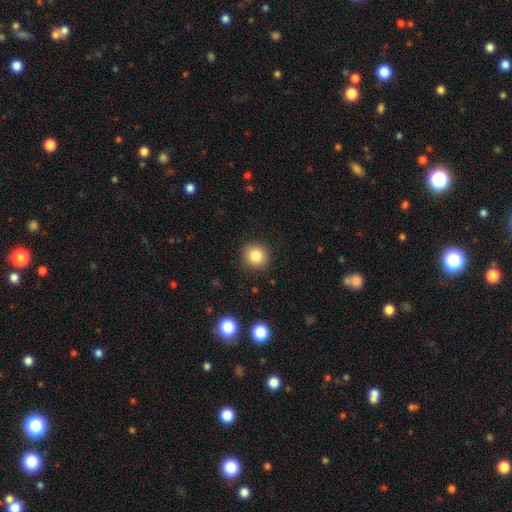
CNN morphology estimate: A smooth galaxy with no disk features (84%) that is round (92%). Merging: none (90%).